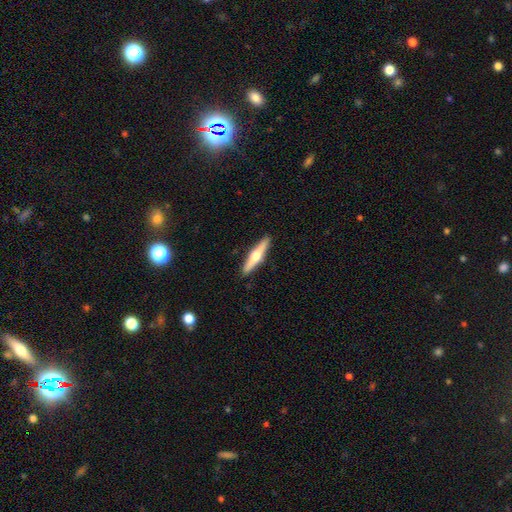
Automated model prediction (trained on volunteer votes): smooth_or_featured: featured or disk (p=0.60) [alt: smooth p=0.35]
disk_edge_on: yes (p=0.96) [alt: no p=0.04]
edge_on_bulge: rounded (p=0.95) [alt: none p=0.03]
merging: none (p=0.91) [alt: minor disturbance p=0.06]